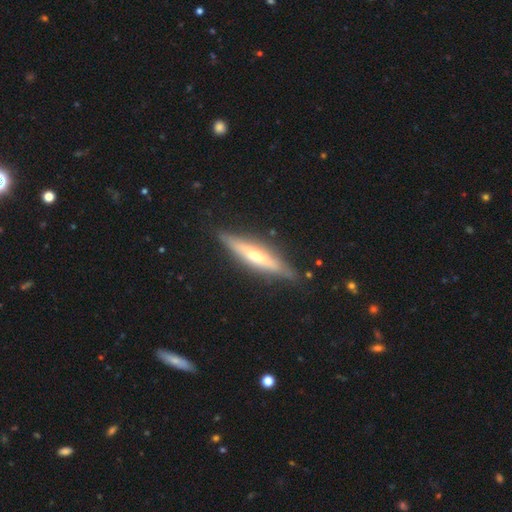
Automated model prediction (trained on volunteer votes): smooth-or-featured: featured or disk: 60% | smooth: 34% | star or artifact: 6%
  disk-edge-on: yes: 91% | no: 9%
    edge-on-bulge: rounded: 67% | none: 20% | boxy: 13%
  merging: none: 84% | minor disturbance: 12% | major disturbance: 3% | merger: 1%